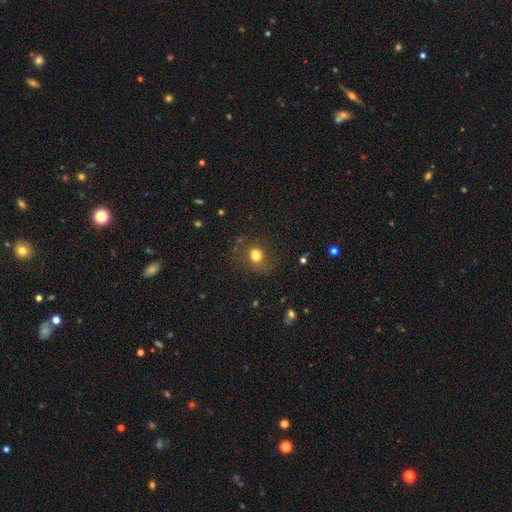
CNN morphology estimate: type=smooth (68%); roundness=round (63%); merging=none (49%).